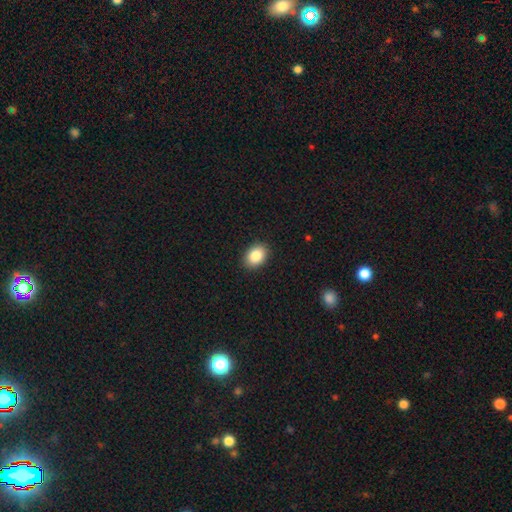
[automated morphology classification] The model was most divided on "how rounded": in between: 77%, round: 22%, cigar-shaped: 1%. More confident: merging — none (90%); smooth or featured — smooth (86%).